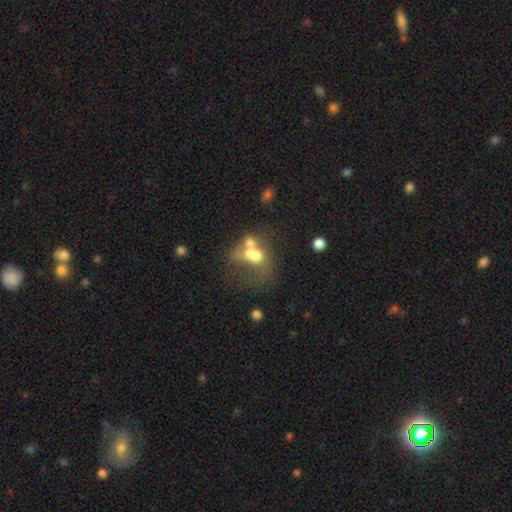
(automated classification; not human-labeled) Morphology: type=smooth (46%); merging=merger (55%).